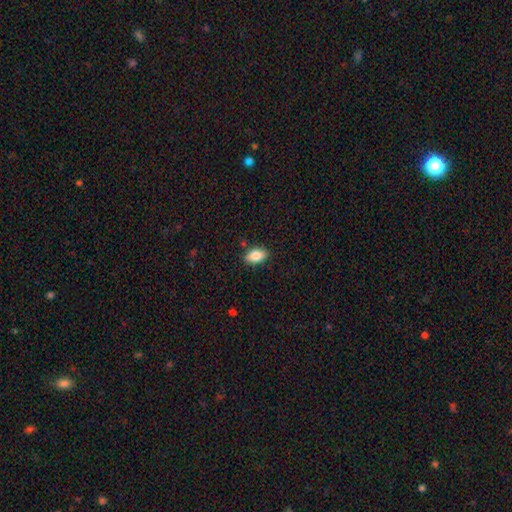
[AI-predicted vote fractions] Smooth or featured: smooth — 83% (featured or disk — 10%)
How rounded: in between — 90% (round — 7%)
Merging: none — 87% (minor disturbance — 10%)